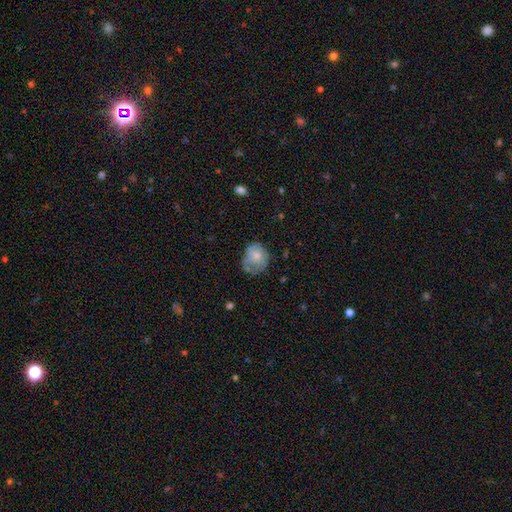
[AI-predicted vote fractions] Q: Smooth or featured?
A: smooth (55%); runner-up: featured or disk (37%)
Q: How rounded?
A: round (60%); runner-up: in between (40%)
Q: Merging?
A: none (45%); runner-up: minor disturbance (31%)